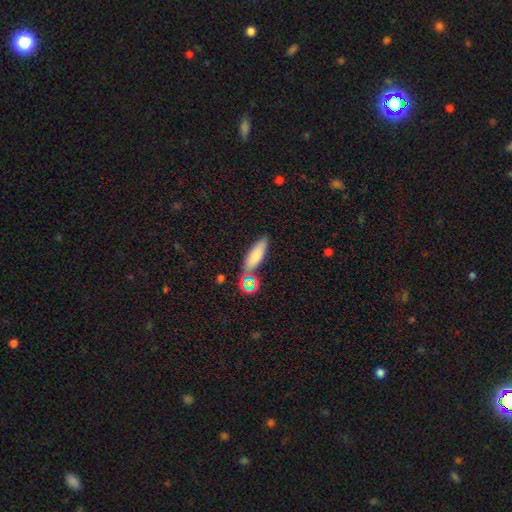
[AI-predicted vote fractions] smooth-or-featured: smooth: 77% | featured or disk: 13% | star or artifact: 10%
  how-rounded: in between: 50% | cigar-shaped: 46% | round: 4%
  merging: none: 68% | minor disturbance: 14% | merger: 12% | major disturbance: 5%